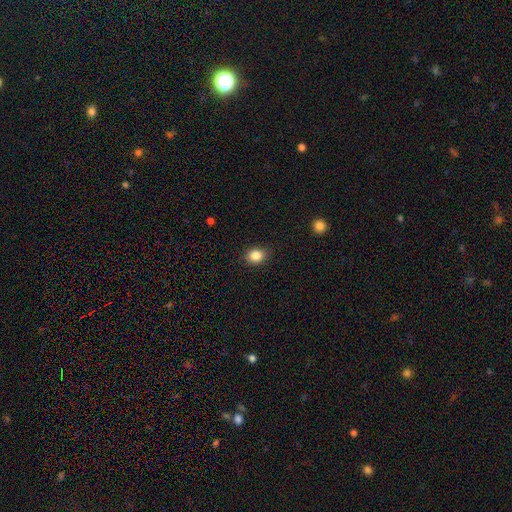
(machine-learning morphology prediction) smooth-or-featured: smooth: 86% | star or artifact: 10% | featured or disk: 5%
  how-rounded: round: 55% | in between: 44% | cigar-shaped: 1%
  merging: none: 86% | minor disturbance: 10% | major disturbance: 2% | merger: 1%